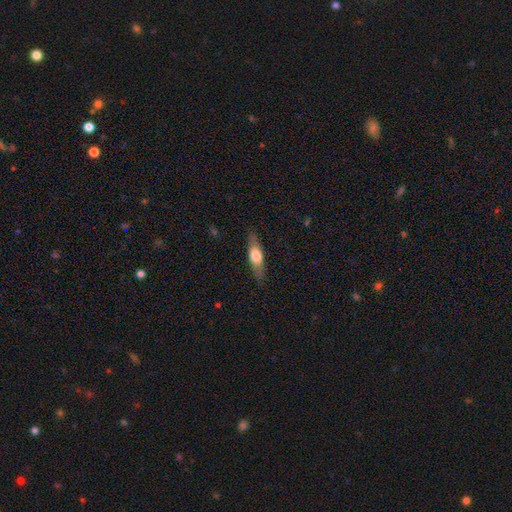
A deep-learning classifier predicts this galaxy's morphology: A smooth galaxy with no disk features (55%) that is cigar-shaped (52%). Merging: none (83%).